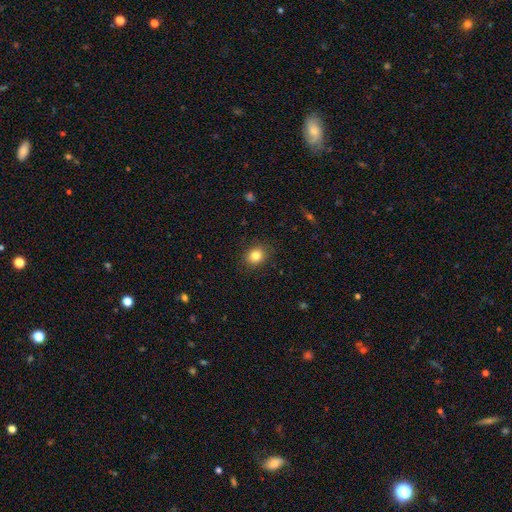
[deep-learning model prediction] smooth-or-featured: smooth: 83% | star or artifact: 11% | featured or disk: 6%
  how-rounded: round: 66% | in between: 34% | cigar-shaped: 1%
  merging: none: 88% | minor disturbance: 8% | major disturbance: 2% | merger: 1%